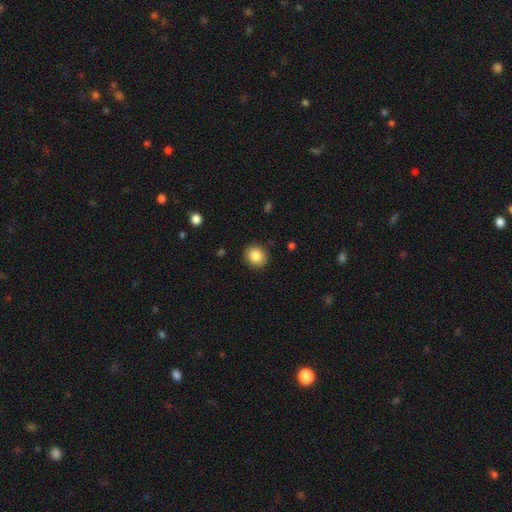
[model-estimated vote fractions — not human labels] A smooth galaxy with no disk features (85%) that is round (83%).

Vote fractions:
- Smooth or featured? smooth: 85% / star or artifact: 9% / featured or disk: 6%
- How rounded? round: 83% / in between: 16% / cigar-shaped: 1%
- Merging? none: 90% / minor disturbance: 7% / major disturbance: 2% / merger: 1%